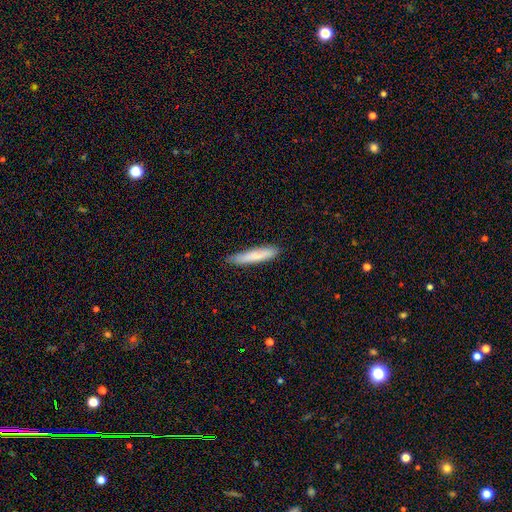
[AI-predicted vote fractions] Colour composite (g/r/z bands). It shows a smooth galaxy with no disk features (79%) that is cigar-shaped (91%). Merging: none (84%).